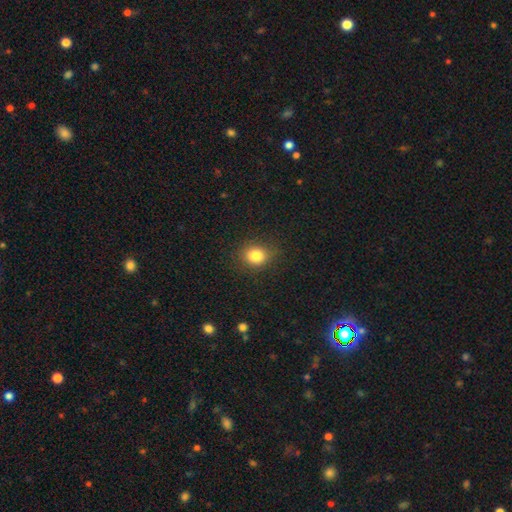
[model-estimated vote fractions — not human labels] Overall: smooth (83%). How rounded: round (66%; in between 33%). Merging: none (85%).